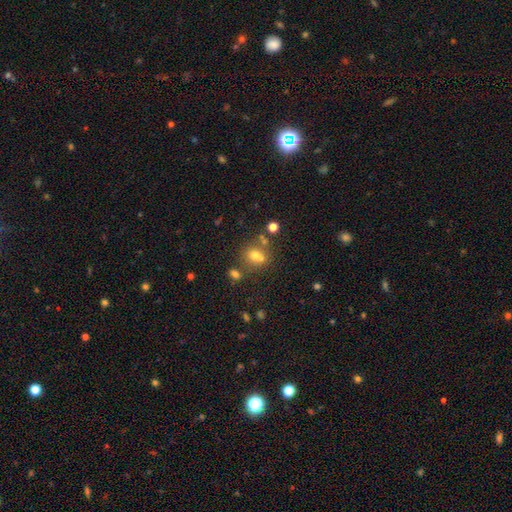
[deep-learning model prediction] The model was most divided on "merging": none: 51%, merger: 32%, minor disturbance: 12%, major disturbance: 5%. More confident: how rounded — round (67%); smooth or featured — smooth (65%).